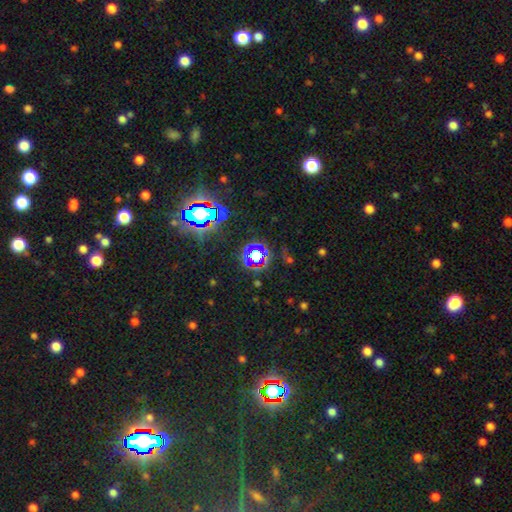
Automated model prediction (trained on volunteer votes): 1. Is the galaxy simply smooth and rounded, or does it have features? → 71% star or artifact, 19% smooth, 11% featured or disk.